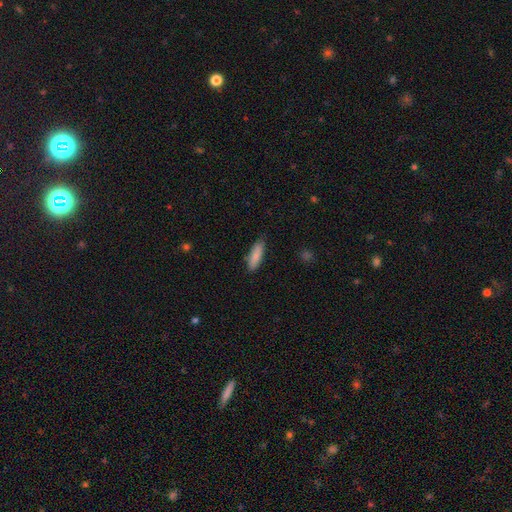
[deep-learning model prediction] Smooth or featured?
  - smooth: 84% *
  - featured or disk: 9%
  - star or artifact: 6%
How rounded?
  - cigar-shaped: 53% *
  - in between: 46%
  - round: 2%
Merging?
  - none: 82% *
  - minor disturbance: 14%
  - major disturbance: 2%
  - merger: 1%